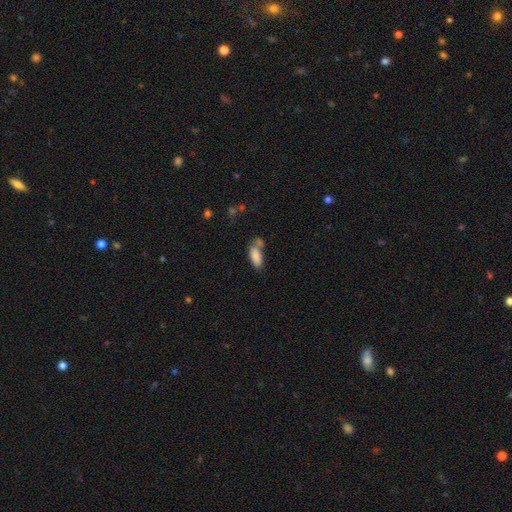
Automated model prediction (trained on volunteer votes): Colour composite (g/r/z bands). It shows a smooth galaxy with no disk features (85%) that is in between round and cigar-shaped (83%). Merging: none (47%).